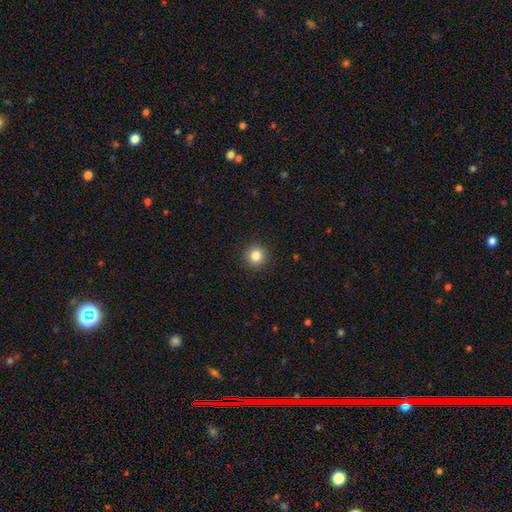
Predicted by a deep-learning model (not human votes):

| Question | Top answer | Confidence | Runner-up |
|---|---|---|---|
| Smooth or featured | smooth | 83% | star or artifact (11%) |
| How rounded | round | 95% | in between (4%) |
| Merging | none | 93% | minor disturbance (5%) |